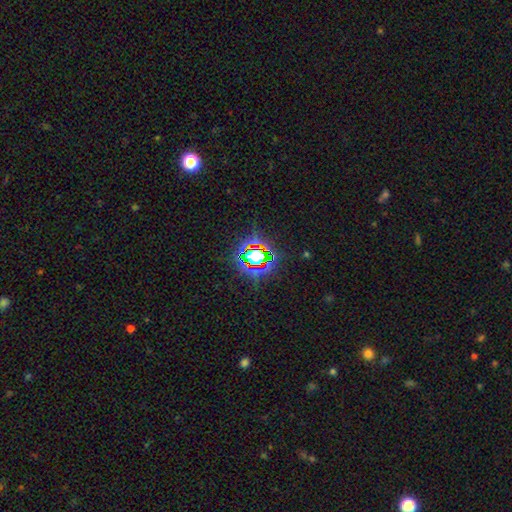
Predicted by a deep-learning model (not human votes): Smooth or featured: star or artifact — 74% (smooth — 16%)